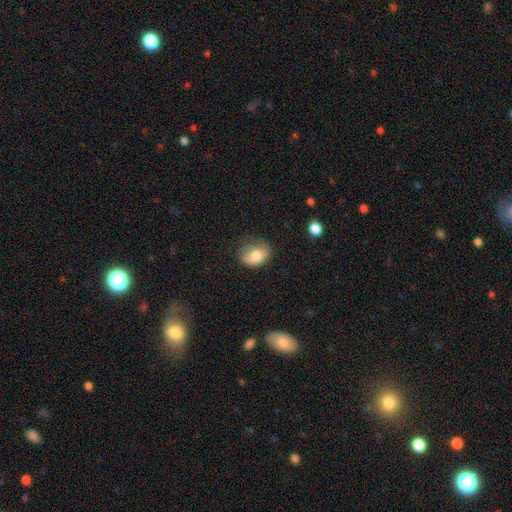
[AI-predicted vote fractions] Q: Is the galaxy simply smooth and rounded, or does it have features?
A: smooth — 75%.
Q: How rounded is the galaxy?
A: in between — 58%.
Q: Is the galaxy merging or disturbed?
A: none — 50%.